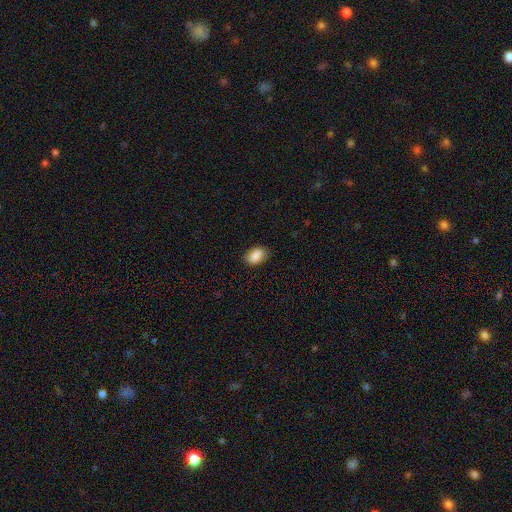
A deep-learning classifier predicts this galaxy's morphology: This appears to be a smooth galaxy with no disk features (87%) that is in between round and cigar-shaped (89%). Merging: none (83%).